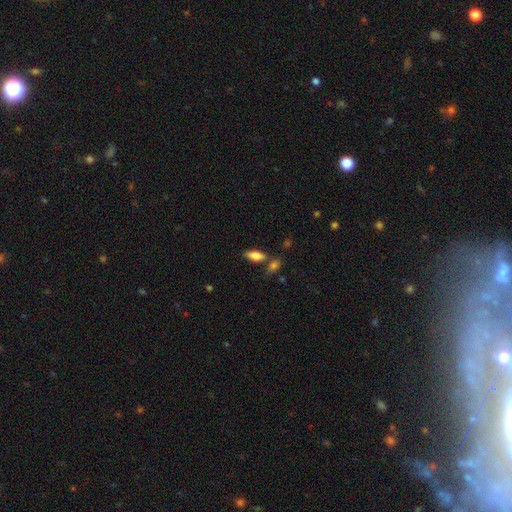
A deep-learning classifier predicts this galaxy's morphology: Q: Smooth or featured?
A: smooth (80%); runner-up: featured or disk (12%)
Q: How rounded?
A: in between (74%); runner-up: cigar-shaped (24%)
Q: Merging?
A: none (69%); runner-up: merger (14%)